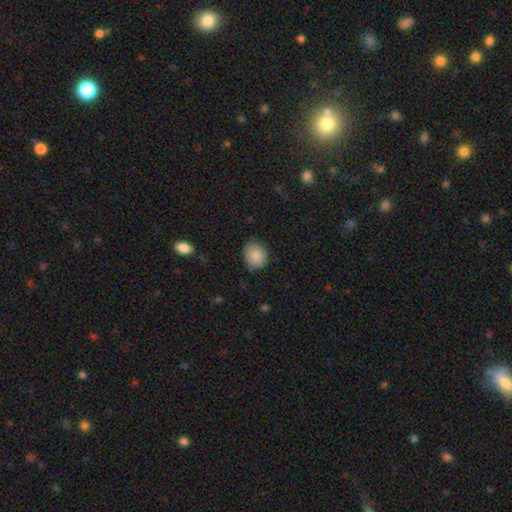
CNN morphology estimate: smooth-or-featured: smooth: 87% | star or artifact: 8% | featured or disk: 5%
  how-rounded: round: 63% | in between: 36% | cigar-shaped: 1%
  merging: none: 79% | minor disturbance: 17% | major disturbance: 3% | merger: 1%